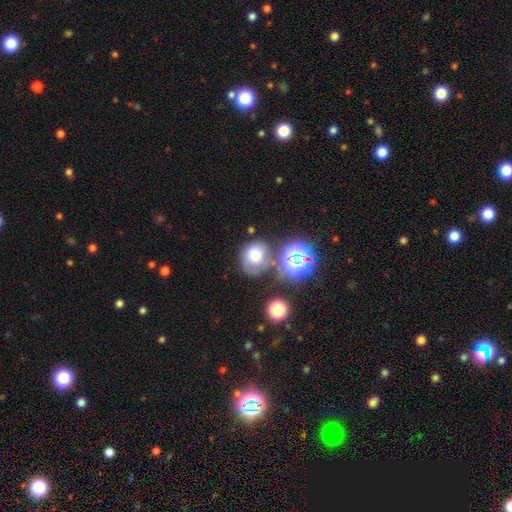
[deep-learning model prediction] A smooth galaxy with no disk features (56%) that is round (65%).

Vote fractions:
- Smooth or featured? smooth: 56% / star or artifact: 23% / featured or disk: 21%
- How rounded? round: 65% / in between: 34% / cigar-shaped: 1%
- Merging? none: 51% / minor disturbance: 21% / merger: 17% / major disturbance: 12%